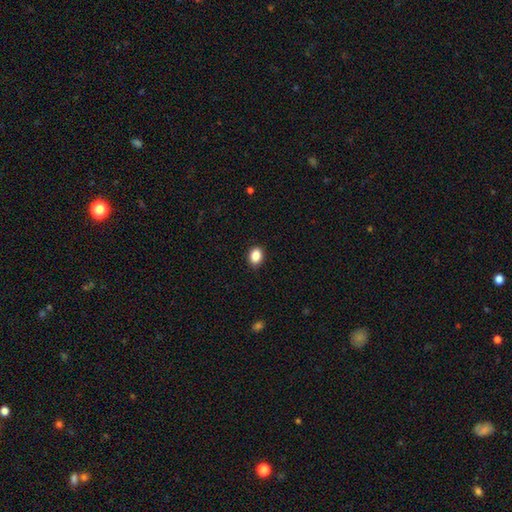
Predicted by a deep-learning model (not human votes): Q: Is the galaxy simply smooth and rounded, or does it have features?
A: smooth — 87%.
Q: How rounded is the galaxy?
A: in between — 68%.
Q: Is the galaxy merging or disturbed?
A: none — 89%.